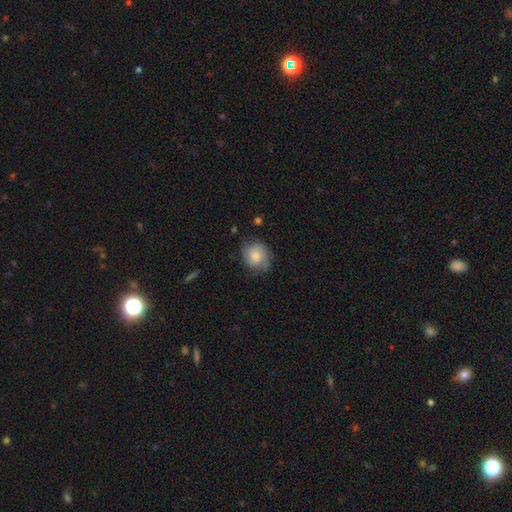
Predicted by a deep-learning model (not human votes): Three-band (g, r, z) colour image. It shows a smooth galaxy with no disk features (79%) that is round (74%). Merging: none (70%).